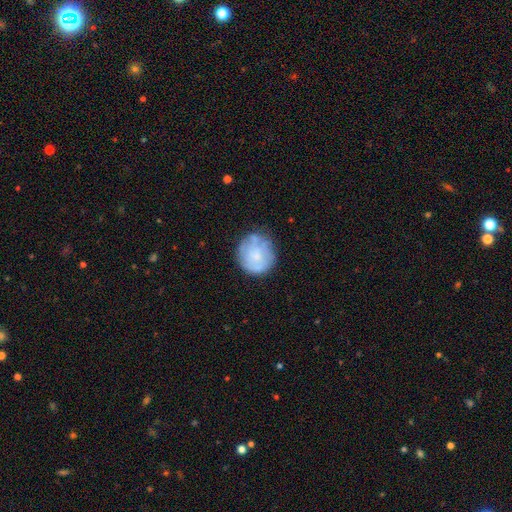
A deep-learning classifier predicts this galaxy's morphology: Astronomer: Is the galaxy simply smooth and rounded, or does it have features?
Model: smooth — 52% (runner-up: featured or disk, 40%).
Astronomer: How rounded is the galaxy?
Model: round — 87%.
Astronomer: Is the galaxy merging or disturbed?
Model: none — 69%.